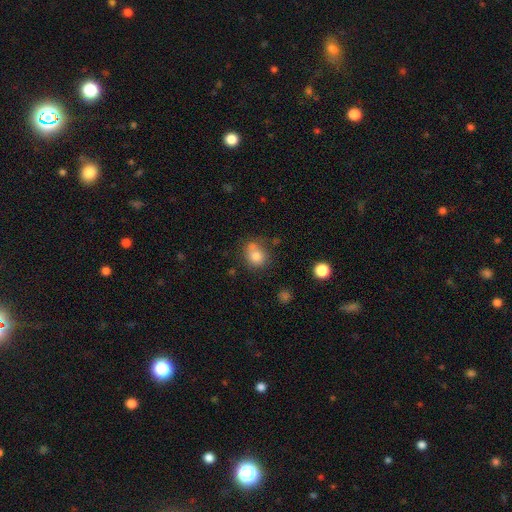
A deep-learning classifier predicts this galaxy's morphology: smooth-or-featured: smooth: 79% | star or artifact: 11% | featured or disk: 10%
  how-rounded: round: 65% | in between: 34% | cigar-shaped: 1%
  merging: none: 54% | minor disturbance: 22% | merger: 16% | major disturbance: 8%